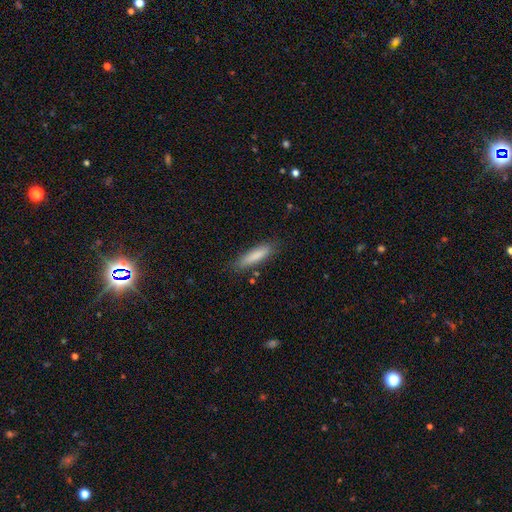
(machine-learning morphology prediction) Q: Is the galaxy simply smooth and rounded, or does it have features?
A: smooth — 82%.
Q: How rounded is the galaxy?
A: cigar-shaped — 79%.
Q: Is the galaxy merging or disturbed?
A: none — 84%.